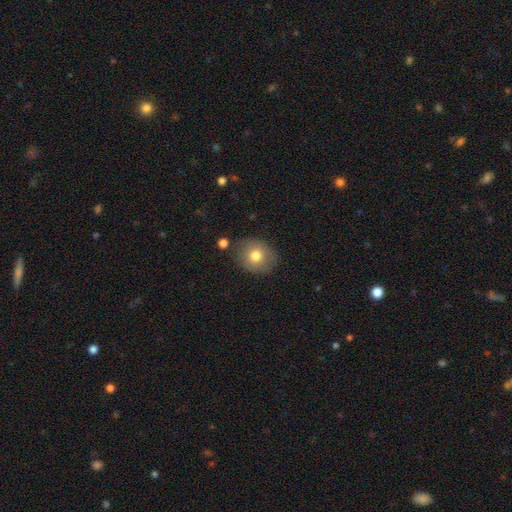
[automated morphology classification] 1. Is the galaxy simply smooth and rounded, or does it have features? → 76% smooth, 15% featured or disk, 9% star or artifact.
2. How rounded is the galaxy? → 68% round, 31% in between, 1% cigar-shaped.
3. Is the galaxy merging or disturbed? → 81% none, 12% minor disturbance, 3% major disturbance, 3% merger.